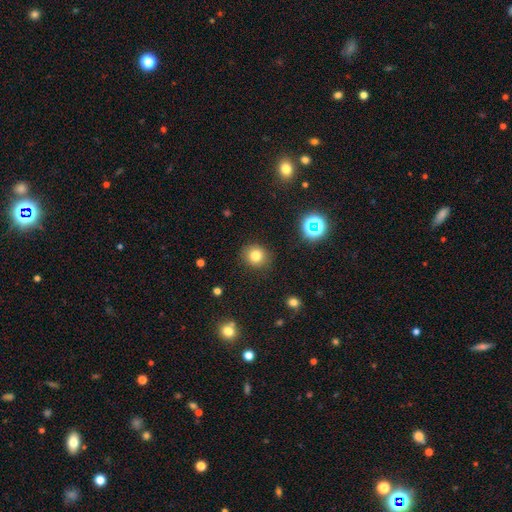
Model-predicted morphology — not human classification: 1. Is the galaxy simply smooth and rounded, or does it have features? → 79% smooth, 14% star or artifact, 7% featured or disk.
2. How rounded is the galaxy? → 82% round, 17% in between, 1% cigar-shaped.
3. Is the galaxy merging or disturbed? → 88% none, 8% minor disturbance, 3% major disturbance, 1% merger.